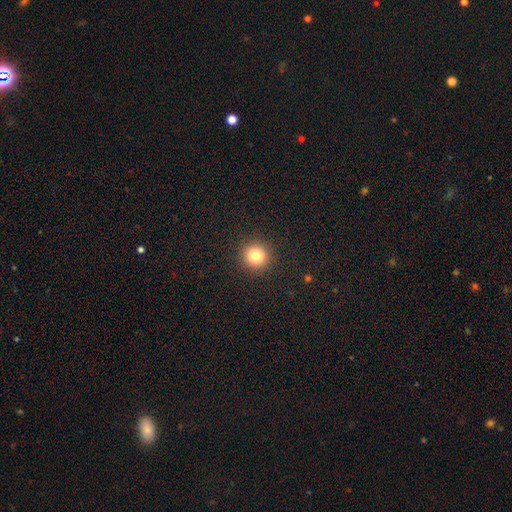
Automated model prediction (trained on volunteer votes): Smooth or featured? smooth (80%)
How rounded? round (94%)
Merging? none (92%)